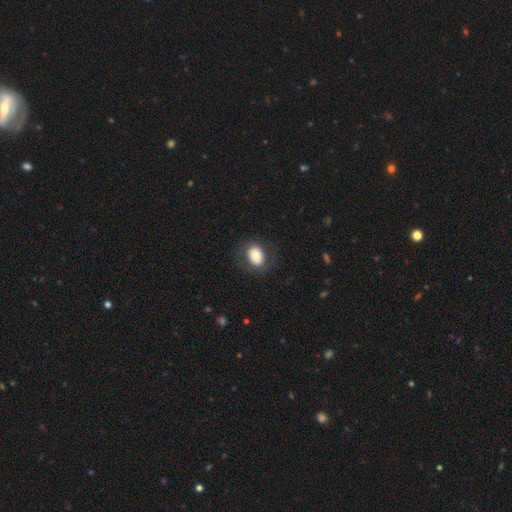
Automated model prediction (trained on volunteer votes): Smooth or featured? Predicted: smooth (p=0.70). How rounded? Predicted: in between (p=0.57). Merging? Predicted: none (p=0.77).